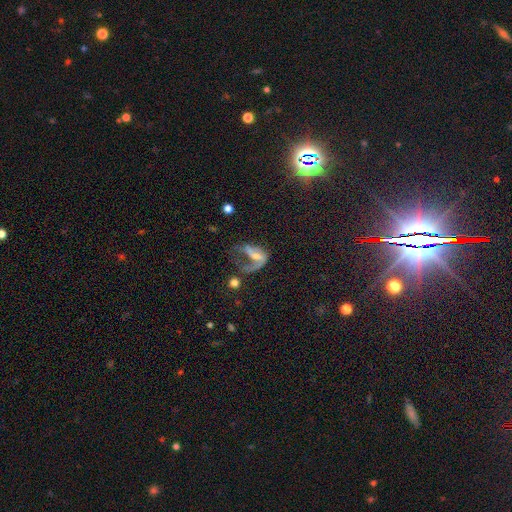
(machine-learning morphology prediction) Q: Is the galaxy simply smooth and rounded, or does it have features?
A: featured or disk — 53%.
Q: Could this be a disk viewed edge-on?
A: no — 92%.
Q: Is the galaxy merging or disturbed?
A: major disturbance — 53%.